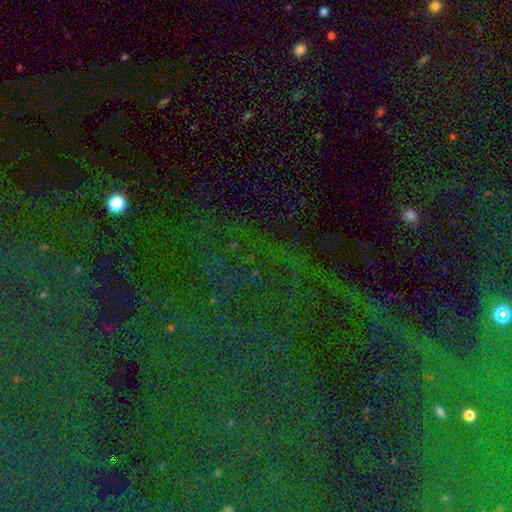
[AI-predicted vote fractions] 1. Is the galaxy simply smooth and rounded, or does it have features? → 80% star or artifact, 11% smooth, 10% featured or disk.